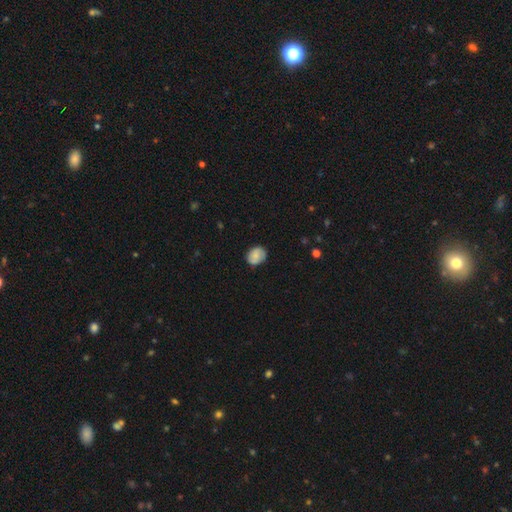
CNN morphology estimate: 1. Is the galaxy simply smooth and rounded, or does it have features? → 67% smooth, 26% featured or disk, 8% star or artifact.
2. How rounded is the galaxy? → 54% round, 45% in between, 1% cigar-shaped.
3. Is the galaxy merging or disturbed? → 74% none, 20% minor disturbance, 4% major disturbance, 1% merger.